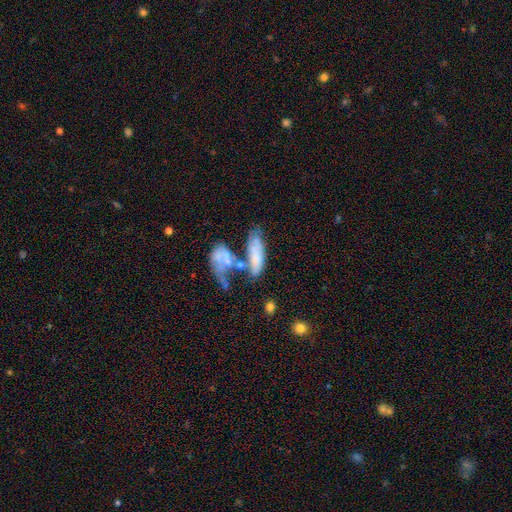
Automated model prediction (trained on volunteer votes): A smooth galaxy with no disk features (56%) that is in between round and cigar-shaped (65%).

Vote fractions:
- Smooth or featured? smooth: 56% / featured or disk: 35% / star or artifact: 9%
- How rounded? in between: 65% / cigar-shaped: 31% / round: 4%
- Merging? merger: 43% / none: 24% / major disturbance: 17% / minor disturbance: 16%